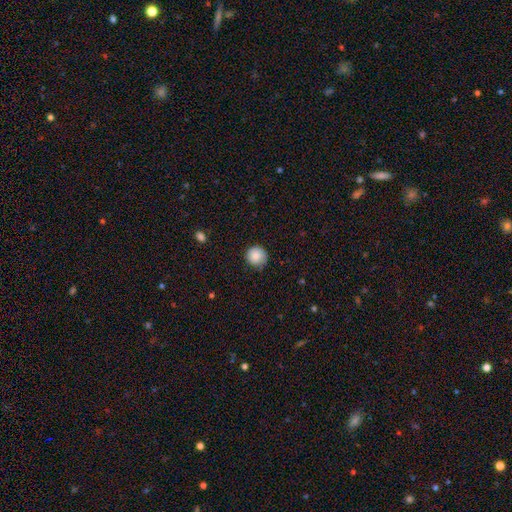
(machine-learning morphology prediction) Q: Smooth or featured?
A: smooth (85%); runner-up: star or artifact (9%)
Q: How rounded?
A: round (93%); runner-up: in between (6%)
Q: Merging?
A: none (80%); runner-up: minor disturbance (16%)